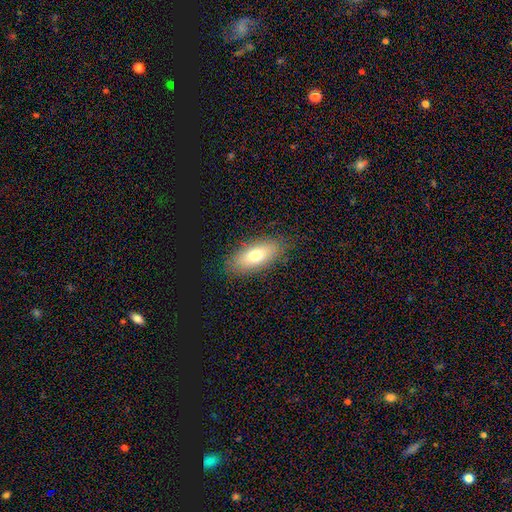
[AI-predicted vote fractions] Q: Smooth or featured?
A: smooth (72%); runner-up: featured or disk (19%)
Q: How rounded?
A: in between (82%); runner-up: cigar-shaped (14%)
Q: Merging?
A: none (85%); runner-up: minor disturbance (11%)